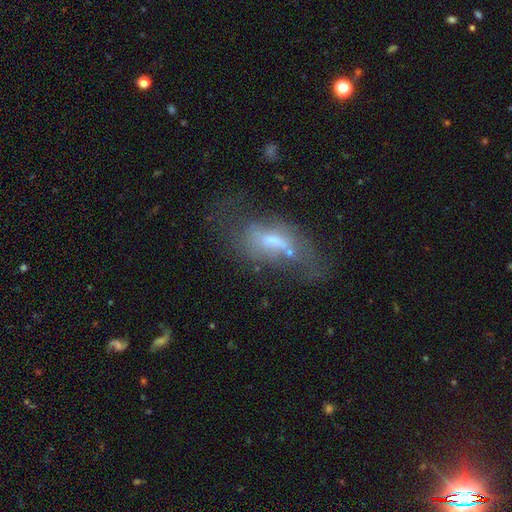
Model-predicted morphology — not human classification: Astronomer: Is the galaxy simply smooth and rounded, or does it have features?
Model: featured or disk — 57%.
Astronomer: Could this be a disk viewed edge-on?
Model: no — 85%.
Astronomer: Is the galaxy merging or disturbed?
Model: none — 43% (runner-up: minor disturbance, 23%).